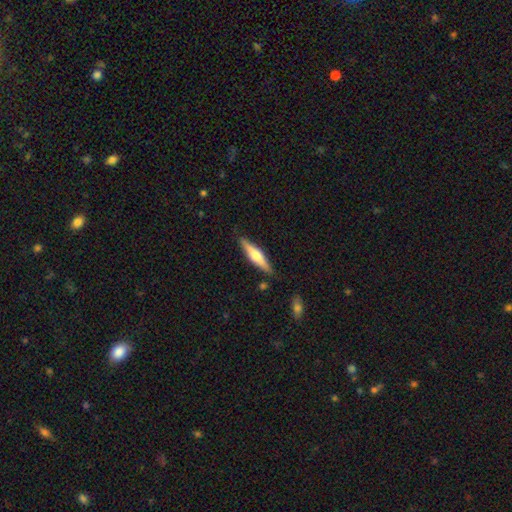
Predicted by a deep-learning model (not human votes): Smooth or featured? Predicted: featured or disk (p=0.52). Edge-on disk? Predicted: yes (p=0.95). Merging? Predicted: none (p=0.87).